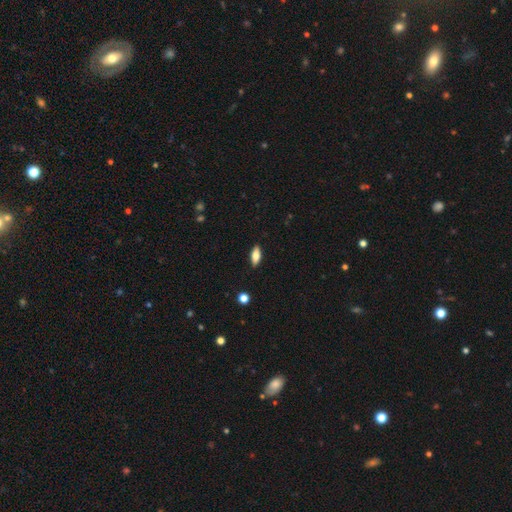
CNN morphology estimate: A smooth galaxy with no disk features (76%) that is in between round and cigar-shaped (78%). Merging: none (89%).